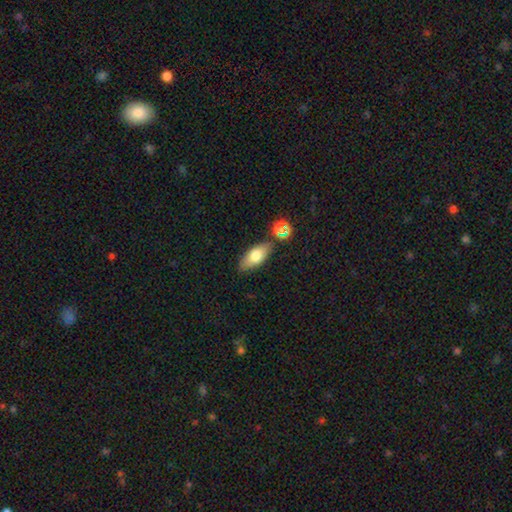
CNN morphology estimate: This appears to be a smooth galaxy with no disk features (71%) that is in between round and cigar-shaped (79%). Merging: none (80%).